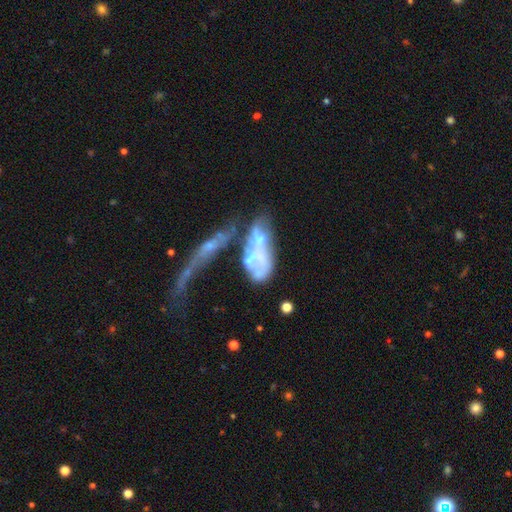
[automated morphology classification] Smooth or featured?
  - featured or disk: 62% *
  - smooth: 27%
  - star or artifact: 11%
Edge-on disk?
  - no: 89% *
  - yes: 11%
Bar?
  - no: 82% *
  - weak: 13%
  - strong: 5%
Spiral arms?
  - no: 75% *
  - yes: 25%
Bulge size?
  - none: 38% *
  - small: 31%
  - moderate: 25%
  - large: 4%
  - dominant: 2%
Merging?
  - merger: 57% *
  - major disturbance: 26%
  - none: 10%
  - minor disturbance: 8%